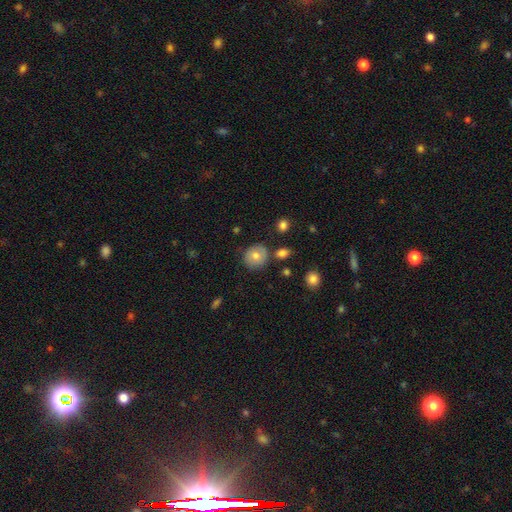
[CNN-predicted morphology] Smooth or featured? smooth (72%)
How rounded? round (85%)
Merging? none (78%)